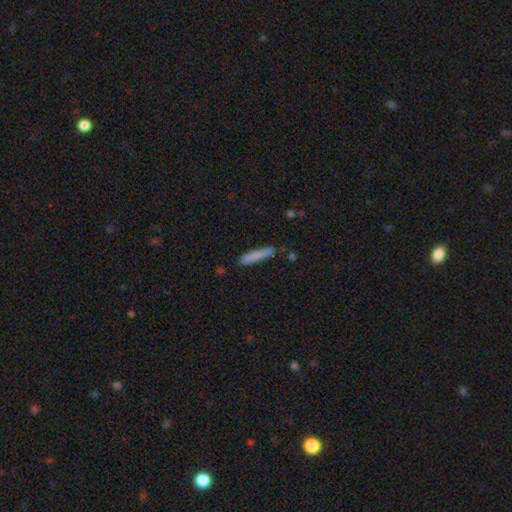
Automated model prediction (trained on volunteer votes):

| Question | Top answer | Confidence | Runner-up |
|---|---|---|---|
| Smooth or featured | smooth | 79% | featured or disk (15%) |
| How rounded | cigar-shaped | 92% | in between (6%) |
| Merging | none | 80% | minor disturbance (14%) |